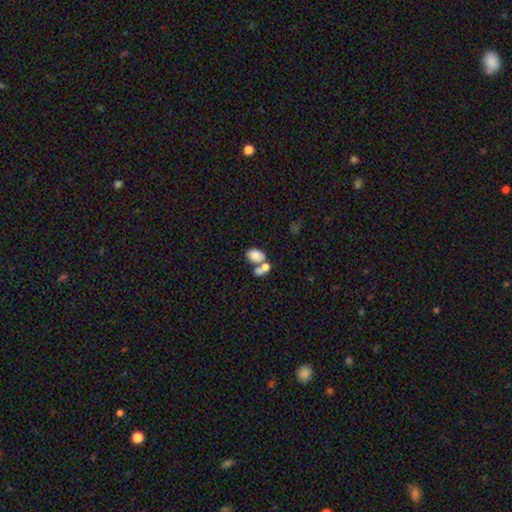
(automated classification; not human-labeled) smooth 79%, featured or disk 13%, star or artifact 9%. Down the decision tree: how rounded — in between (87%); merging — merger (54%).